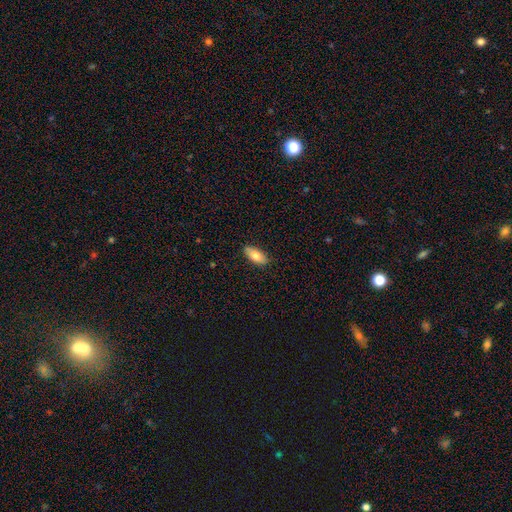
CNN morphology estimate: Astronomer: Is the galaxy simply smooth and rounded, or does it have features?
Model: smooth — 78%.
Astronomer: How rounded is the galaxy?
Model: in between — 87%.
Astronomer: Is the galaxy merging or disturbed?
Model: none — 86%.